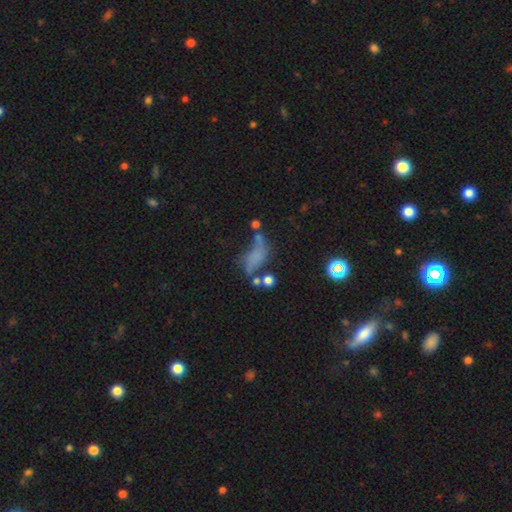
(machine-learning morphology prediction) Overall: smooth (51%; featured or disk 29%). How rounded: in between (71%). Merging: none (32%; major disturbance 26%).